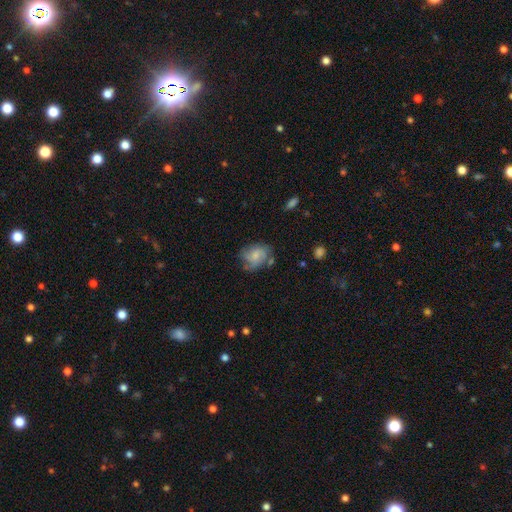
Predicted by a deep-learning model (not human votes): smooth-or-featured: smooth: 48% | featured or disk: 44% | star or artifact: 8%
  merging: none: 54% | minor disturbance: 27% | major disturbance: 13% | merger: 6%